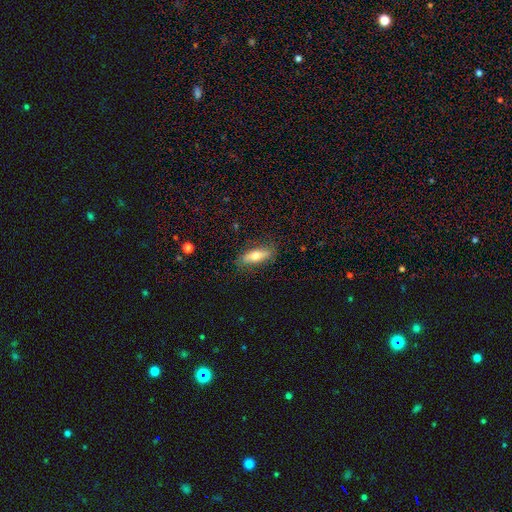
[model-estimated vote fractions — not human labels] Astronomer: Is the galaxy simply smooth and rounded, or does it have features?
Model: smooth — 66%.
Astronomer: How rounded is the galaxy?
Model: in between — 62%.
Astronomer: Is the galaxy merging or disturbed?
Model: none — 82%.